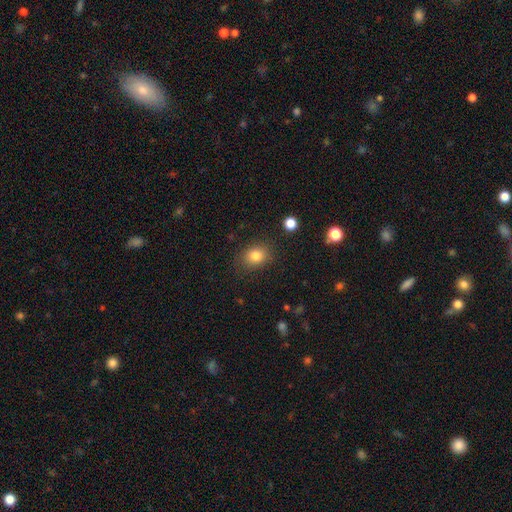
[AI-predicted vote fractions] Smooth or featured? smooth (82%)
How rounded? in between (50%)
Merging? none (83%)